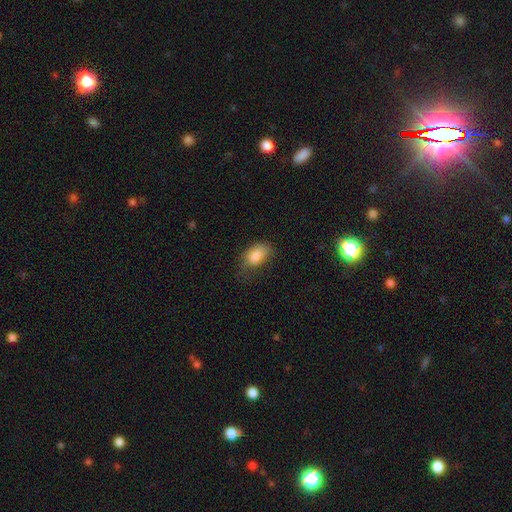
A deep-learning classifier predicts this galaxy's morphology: smooth 84%, star or artifact 8%, featured or disk 7%. Down the decision tree: how rounded — in between (88%); merging — none (48%).